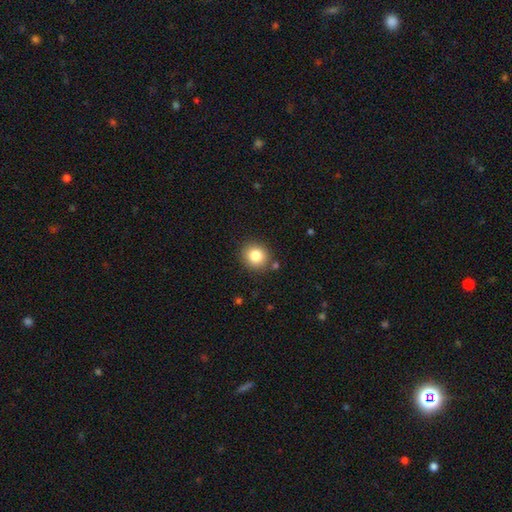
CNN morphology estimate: Smooth or featured?
  - smooth: 81% *
  - star or artifact: 11%
  - featured or disk: 8%
How rounded?
  - round: 86% *
  - in between: 13%
  - cigar-shaped: 1%
Merging?
  - none: 86% *
  - minor disturbance: 8%
  - merger: 3%
  - major disturbance: 2%